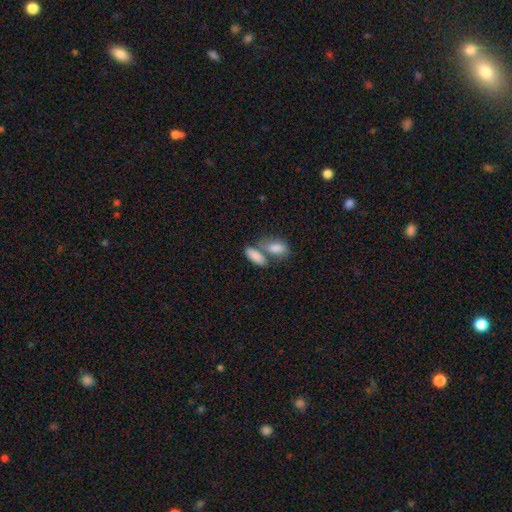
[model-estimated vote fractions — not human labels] smooth_or_featured: smooth (p=0.85) [alt: featured or disk p=0.08]
how_rounded: in between (p=0.85) [alt: cigar-shaped p=0.12]
merging: merger (p=0.48) [alt: none p=0.38]